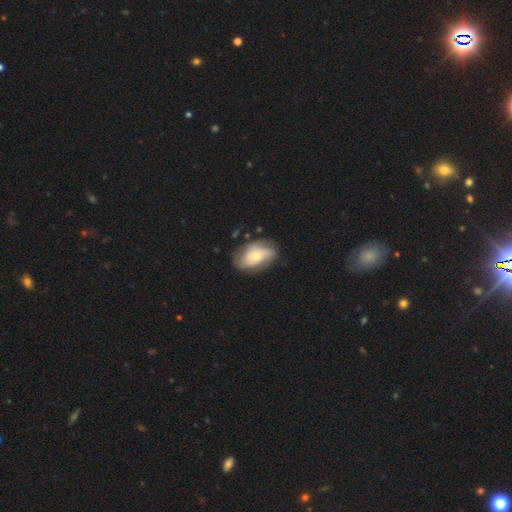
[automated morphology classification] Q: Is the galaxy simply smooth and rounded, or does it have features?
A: featured or disk — 49%.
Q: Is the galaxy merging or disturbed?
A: none — 65%.